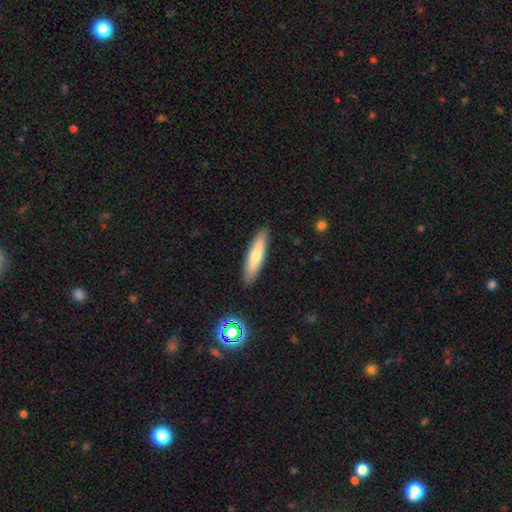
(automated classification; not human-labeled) A smooth galaxy with no disk features (64%) that is cigar-shaped (78%). Merging: none (90%).